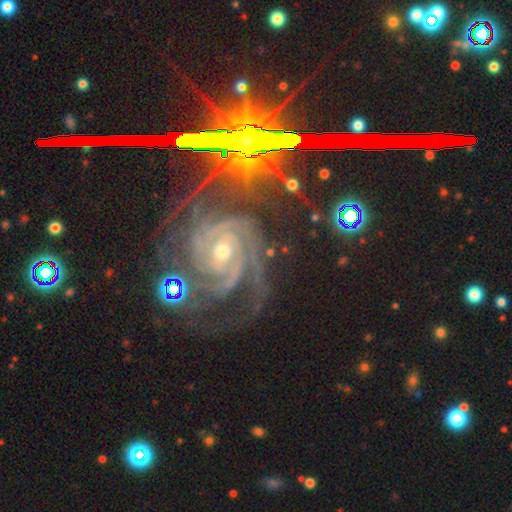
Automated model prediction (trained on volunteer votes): A featured or disk galaxy (84%) with no bar (50%), 3 (30%) tight (65%) spiral arms (98%) and a small central bulge (62%).

Vote fractions:
- Smooth or featured? featured or disk: 84% / star or artifact: 12% / smooth: 4%
- Edge-on disk? no: 96% / yes: 4%
- Bar? no: 50% / weak: 31% / strong: 18%
- Spiral arms? yes: 98% / no: 2%
- Spiral winding? tight: 65% / medium: 30% / loose: 5%
- Spiral arm count? 3: 30% / 2: 25% / can't tell: 18% / 4: 13% / more than 4: 8% / 1: 7%
- Bulge size? small: 62% / moderate: 34% / large: 2% / none: 1% / dominant: 1%
- Merging? none: 64% / minor disturbance: 18% / major disturbance: 14% / merger: 4%